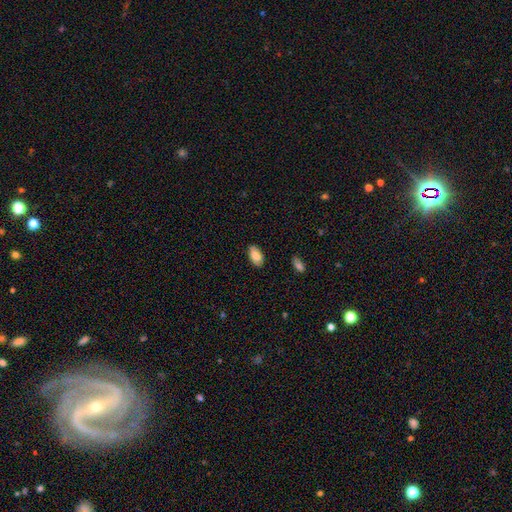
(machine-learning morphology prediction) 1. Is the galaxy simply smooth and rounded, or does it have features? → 80% smooth, 14% featured or disk, 7% star or artifact.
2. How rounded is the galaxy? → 94% in between, 3% round, 3% cigar-shaped.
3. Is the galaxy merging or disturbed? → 85% none, 11% minor disturbance, 2% major disturbance, 1% merger.